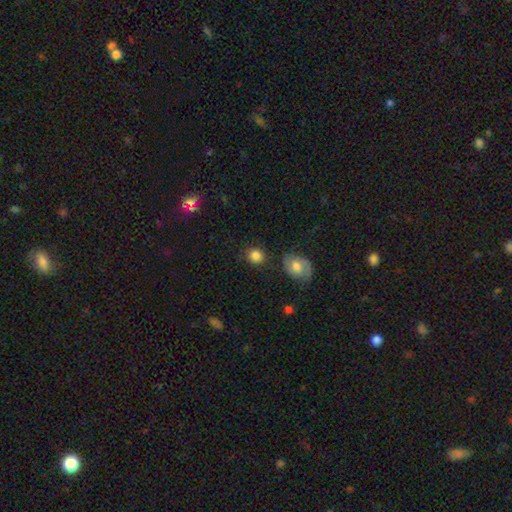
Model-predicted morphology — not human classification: A smooth galaxy with no disk features (85%) that is round (79%). Merging: none (77%).